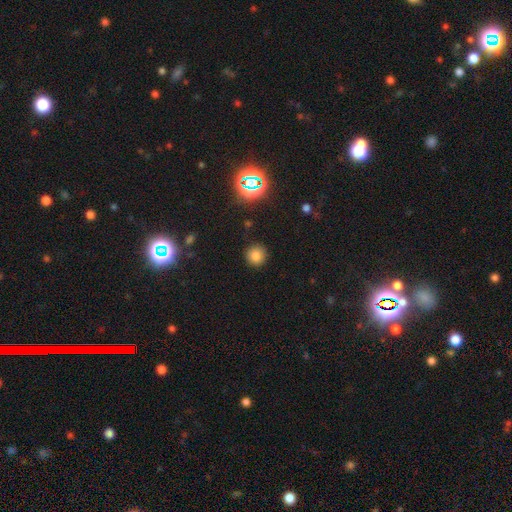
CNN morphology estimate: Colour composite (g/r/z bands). It shows a smooth galaxy with no disk features (78%) that is round (93%). Merging: none (90%).